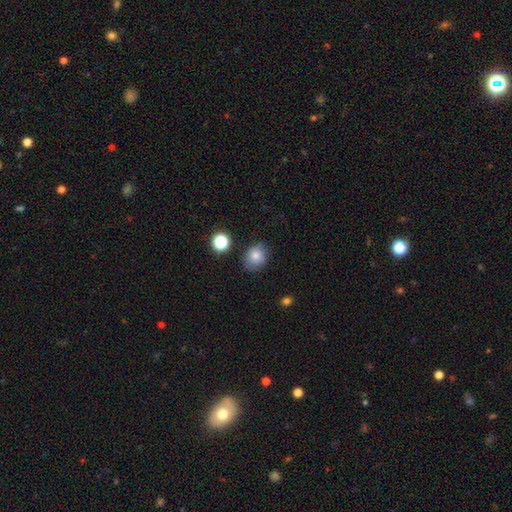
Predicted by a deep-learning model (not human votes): Smooth or featured? Predicted: smooth (p=0.79). How rounded? Predicted: round (p=0.67). Merging? Predicted: none (p=0.74).